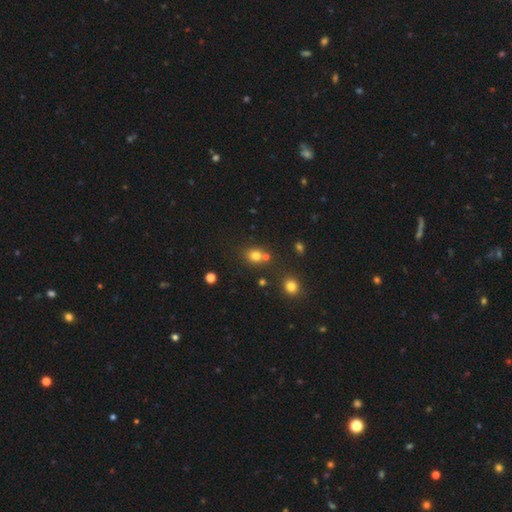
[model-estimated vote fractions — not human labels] smooth 76%, star or artifact 16%, featured or disk 8%. Down the decision tree: how rounded — round (69%); merging — none (62%).